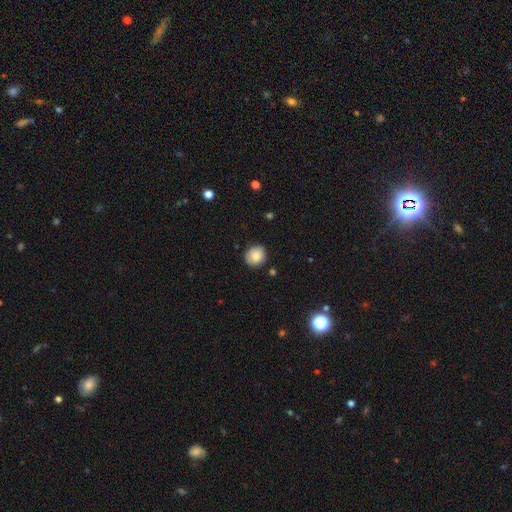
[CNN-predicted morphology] smooth-or-featured: smooth: 83% | featured or disk: 9% | star or artifact: 8%
  how-rounded: round: 87% | in between: 12% | cigar-shaped: 1%
  merging: none: 84% | minor disturbance: 12% | major disturbance: 2% | merger: 2%